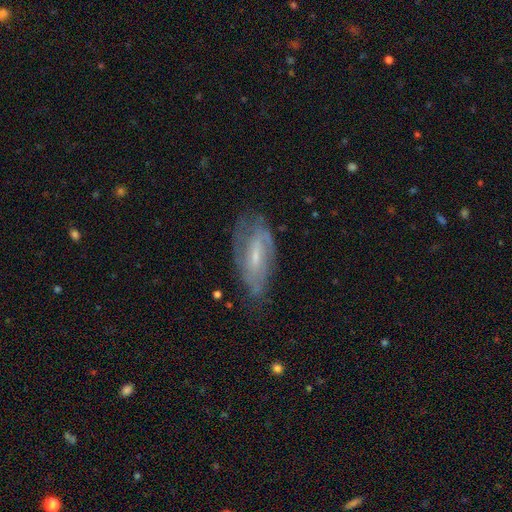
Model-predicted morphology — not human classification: Smooth or featured? featured or disk (69%)
Edge-on disk? no (87%)
Bar? weak (48%)
Spiral arms? yes (80%)
Bulge size? small (62%)
Merging? none (64%)